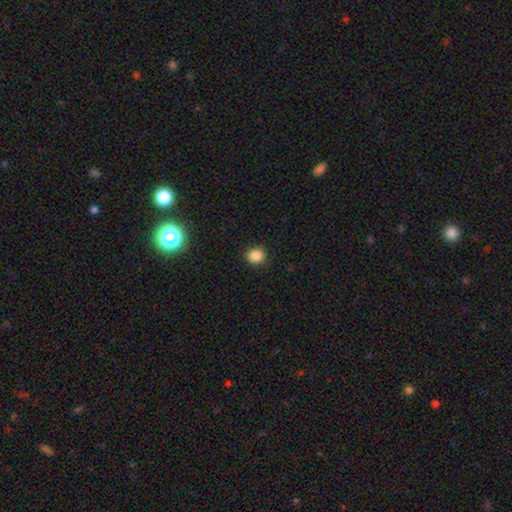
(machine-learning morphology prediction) type=smooth (86%); roundness=round (75%); merging=none (88%).